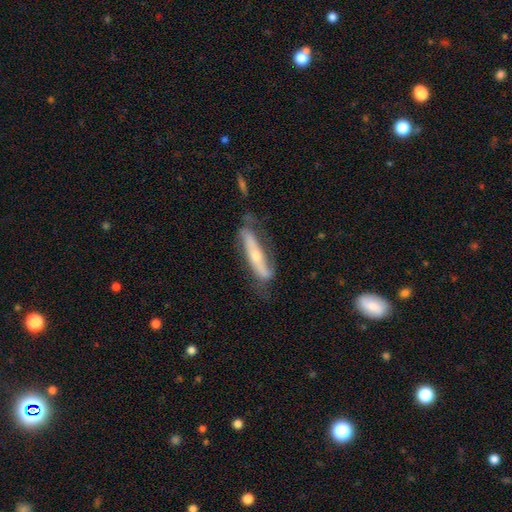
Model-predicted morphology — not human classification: featured or disk 69%, smooth 25%, star or artifact 6%. Down the decision tree: edge-on disk — no (56%); merging — none (59%).